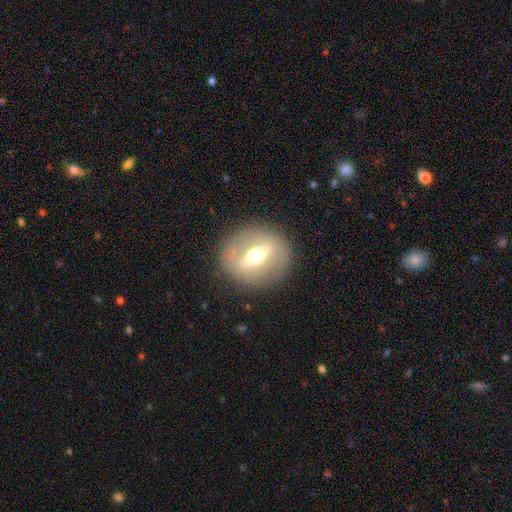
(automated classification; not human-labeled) Smooth or featured? featured or disk (64%)
Edge-on disk? no (75%)
Merging? none (85%)